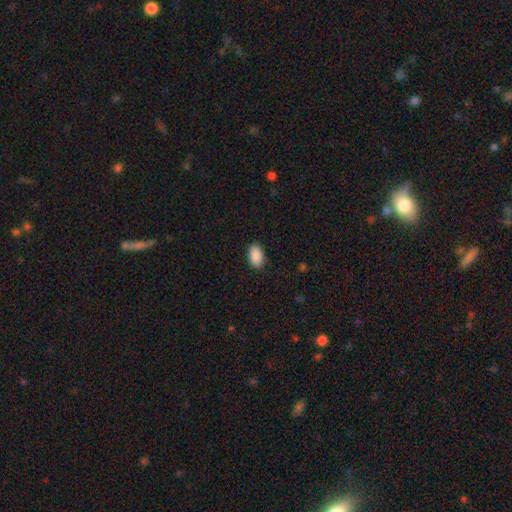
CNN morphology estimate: Smooth or featured?
  - smooth: 91% *
  - star or artifact: 7%
  - featured or disk: 3%
How rounded?
  - in between: 94% *
  - round: 5%
  - cigar-shaped: 2%
Merging?
  - none: 89% *
  - minor disturbance: 8%
  - major disturbance: 2%
  - merger: 1%